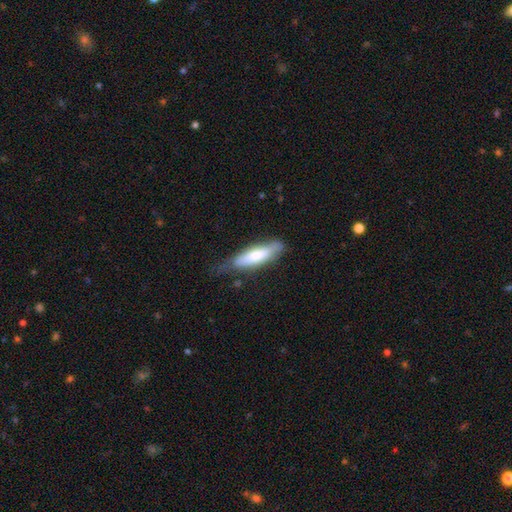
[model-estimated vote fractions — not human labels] Smooth or featured: smooth — 64% (featured or disk — 30%)
How rounded: cigar-shaped — 62% (in between — 37%)
Merging: none — 58% (minor disturbance — 30%)